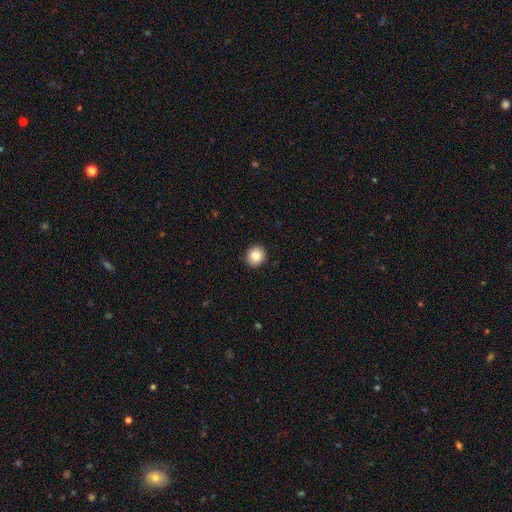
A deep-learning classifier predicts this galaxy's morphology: A smooth galaxy with no disk features (84%) that is round (82%). Merging: none (92%).